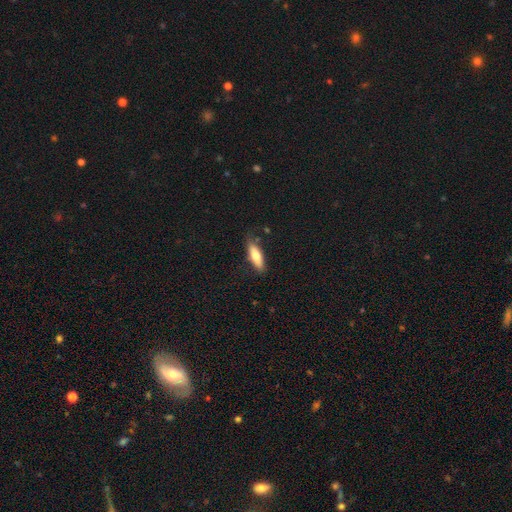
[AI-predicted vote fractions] Smooth or featured? smooth (72%)
How rounded? in between (51%)
Merging? none (77%)